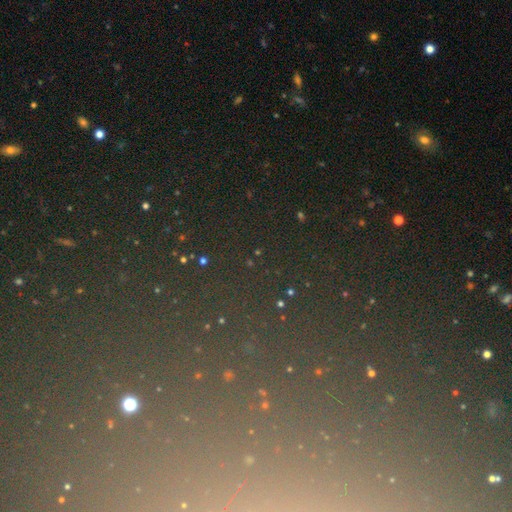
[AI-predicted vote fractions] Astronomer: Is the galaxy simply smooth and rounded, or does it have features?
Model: star or artifact — 73%.